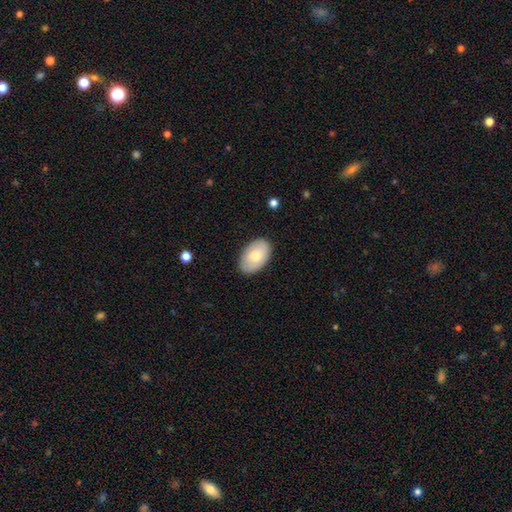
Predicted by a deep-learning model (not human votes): Smooth or featured?
  - smooth: 74% *
  - featured or disk: 20%
  - star or artifact: 6%
How rounded?
  - in between: 93% *
  - round: 6%
  - cigar-shaped: 1%
Merging?
  - none: 87% *
  - minor disturbance: 10%
  - major disturbance: 2%
  - merger: 1%